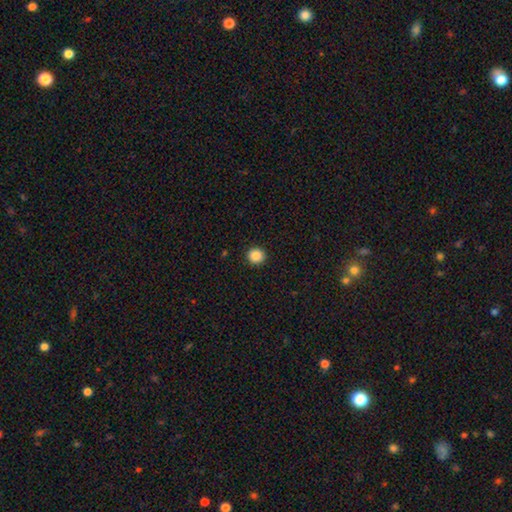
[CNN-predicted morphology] Smooth or featured? smooth (87%)
How rounded? round (93%)
Merging? none (92%)